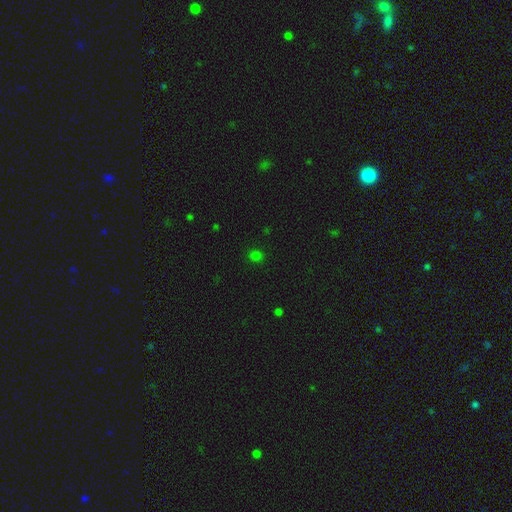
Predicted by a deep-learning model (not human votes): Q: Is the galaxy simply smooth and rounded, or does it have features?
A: smooth — 75%.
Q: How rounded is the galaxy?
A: round — 77%.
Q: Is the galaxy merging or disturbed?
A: none — 89%.